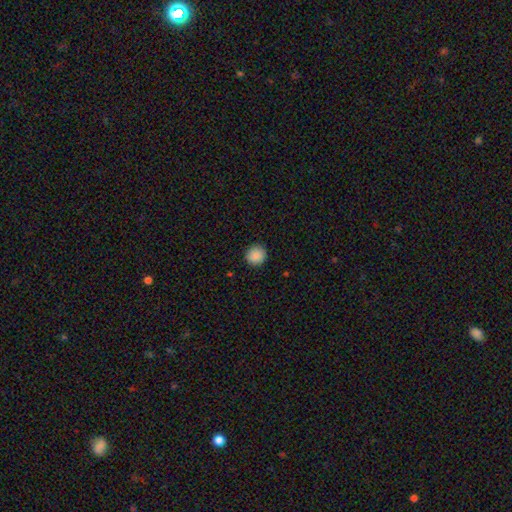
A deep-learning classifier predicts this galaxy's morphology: The model was most divided on "smooth or featured": smooth: 89%, star or artifact: 9%, featured or disk: 3%. More confident: how rounded — round (92%); merging — none (90%).